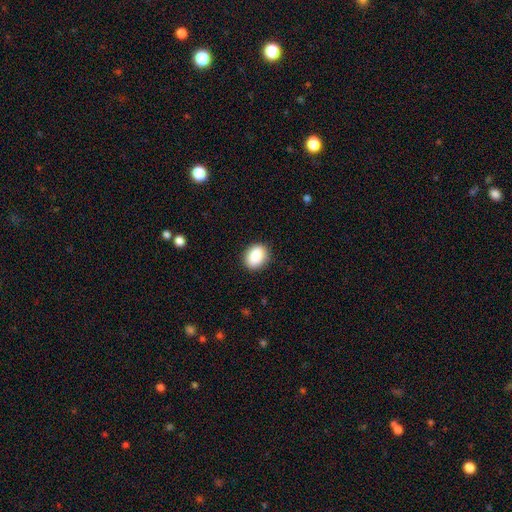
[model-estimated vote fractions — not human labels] This appears to be a smooth galaxy with no disk features (89%) that is in between round and cigar-shaped (65%). Merging: none (88%).